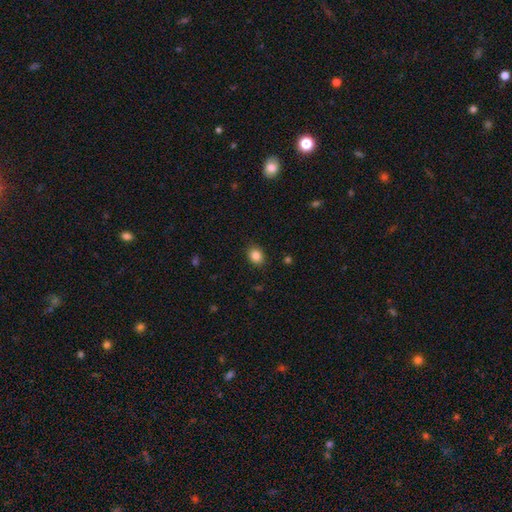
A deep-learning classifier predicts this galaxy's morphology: smooth 85%, star or artifact 10%, featured or disk 5%. Down the decision tree: how rounded — in between (51%); merging — none (89%).